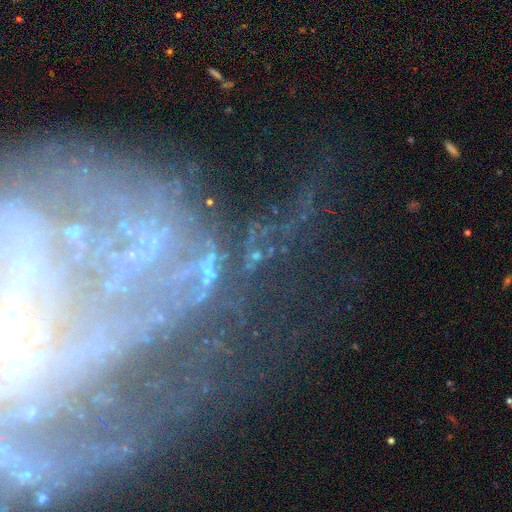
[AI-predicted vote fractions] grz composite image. It shows a star or artifact, not a galaxy (44%).